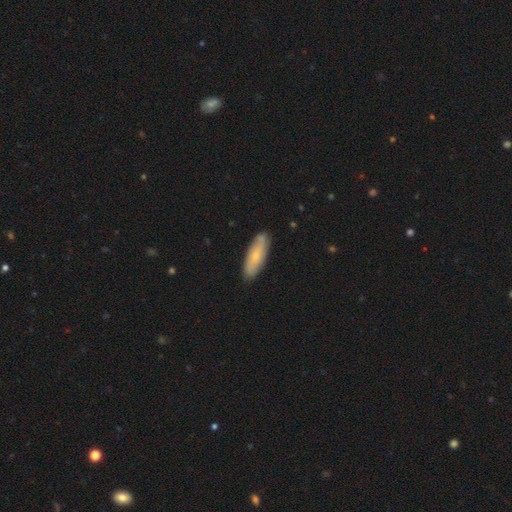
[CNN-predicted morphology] smooth 59%, featured or disk 35%, star or artifact 6%. Down the decision tree: how rounded — in between (57%); merging — none (85%).